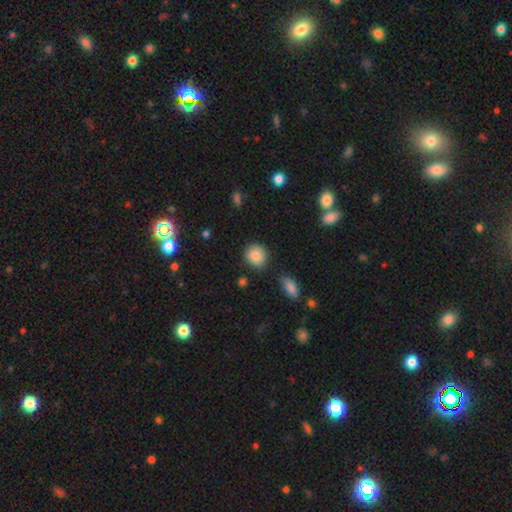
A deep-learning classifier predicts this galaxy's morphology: The model was most divided on "how rounded": round: 84%, in between: 14%, cigar-shaped: 1%. More confident: smooth or featured — smooth (85%); merging — none (84%).